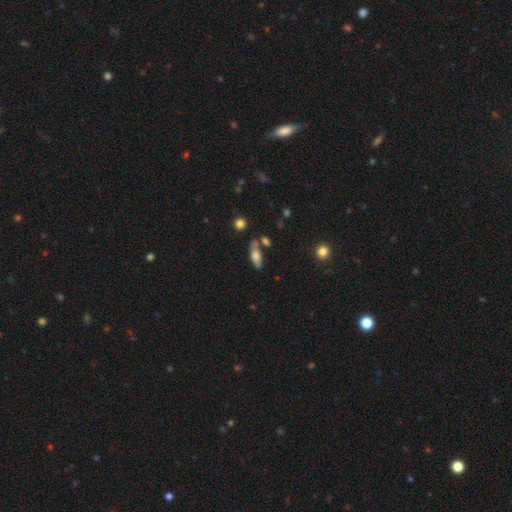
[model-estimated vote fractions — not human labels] Smooth or featured?
  - smooth: 65% *
  - featured or disk: 27%
  - star or artifact: 8%
How rounded?
  - in between: 59% *
  - cigar-shaped: 38%
  - round: 3%
Merging?
  - none: 69% *
  - minor disturbance: 15%
  - merger: 11%
  - major disturbance: 4%